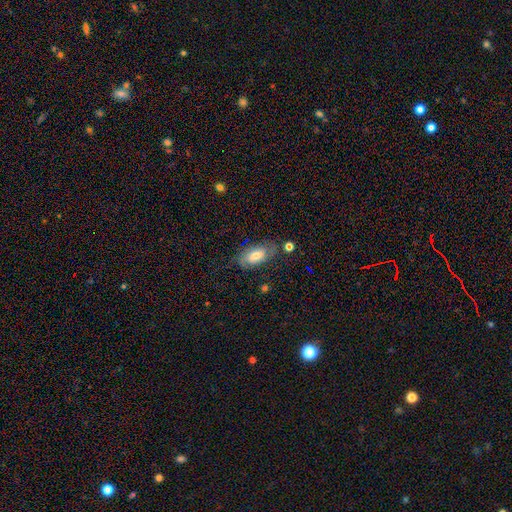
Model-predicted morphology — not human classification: This is possibly a featured or disk galaxy (47%). Merging: likely none (70%).